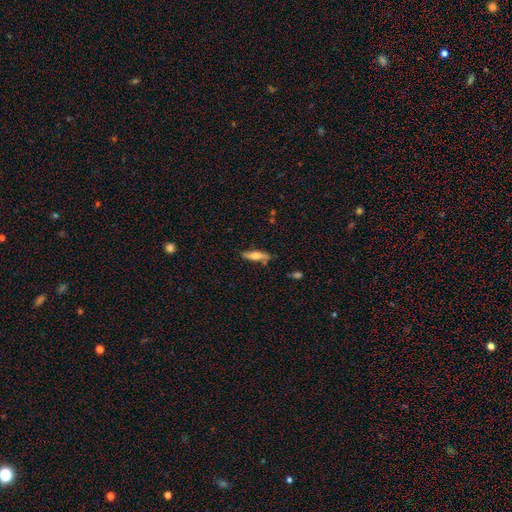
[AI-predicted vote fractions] Q: Smooth or featured?
A: smooth (58%); runner-up: featured or disk (36%)
Q: How rounded?
A: cigar-shaped (65%); runner-up: in between (33%)
Q: Merging?
A: none (75%); runner-up: minor disturbance (19%)